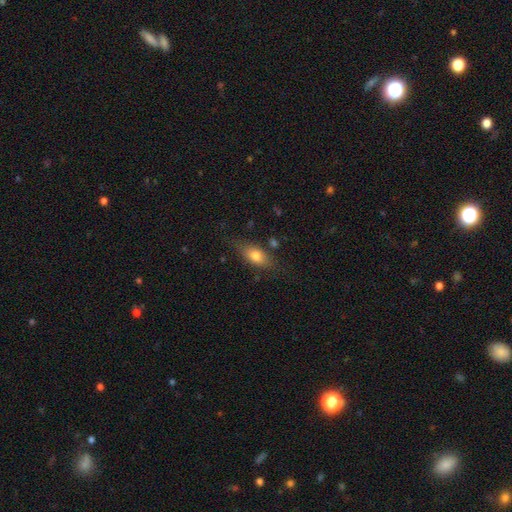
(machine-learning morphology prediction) This appears to be a smooth galaxy with no disk features (73%) that is in between round and cigar-shaped (80%). Merging: none (70%).